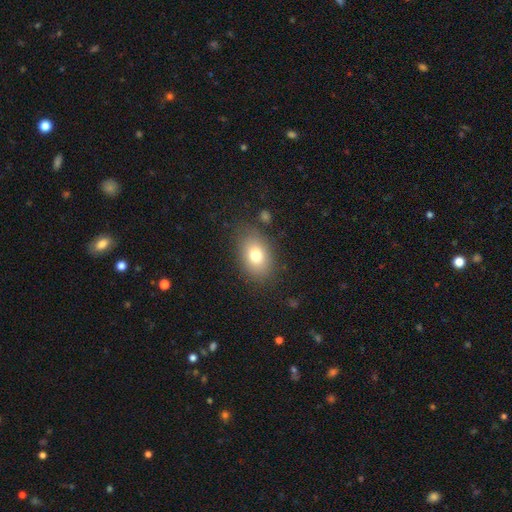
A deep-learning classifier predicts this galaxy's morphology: Q: Smooth or featured?
A: smooth (76%); runner-up: featured or disk (14%)
Q: How rounded?
A: in between (80%); runner-up: round (19%)
Q: Merging?
A: none (79%); runner-up: minor disturbance (14%)